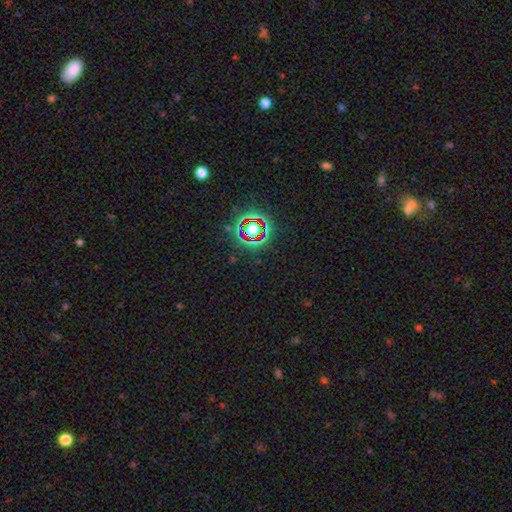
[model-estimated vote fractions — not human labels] Smooth or featured?
  - star or artifact: 78% *
  - smooth: 13%
  - featured or disk: 9%